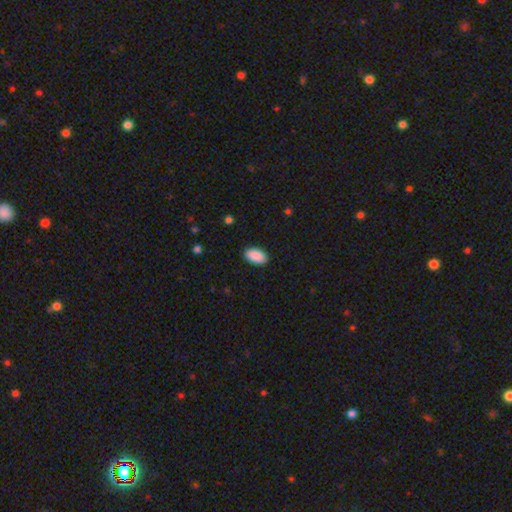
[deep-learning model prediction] Smooth or featured? Predicted: smooth (p=0.91). How rounded? Predicted: in between (p=0.95). Merging? Predicted: none (p=0.89).